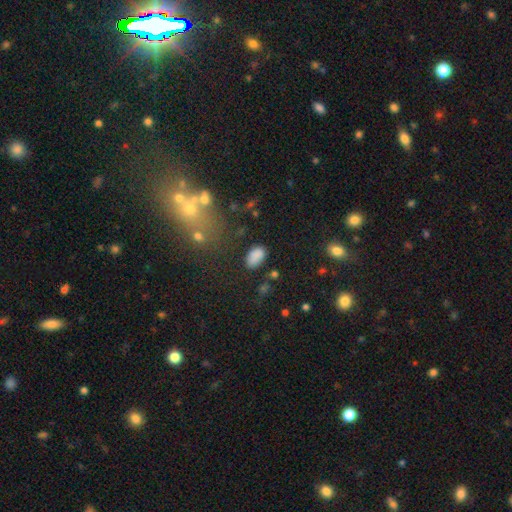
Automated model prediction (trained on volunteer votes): The model was most divided on "merging": none: 76%, minor disturbance: 16%, major disturbance: 5%, merger: 3%. More confident: how rounded — in between (93%); smooth or featured — smooth (84%).